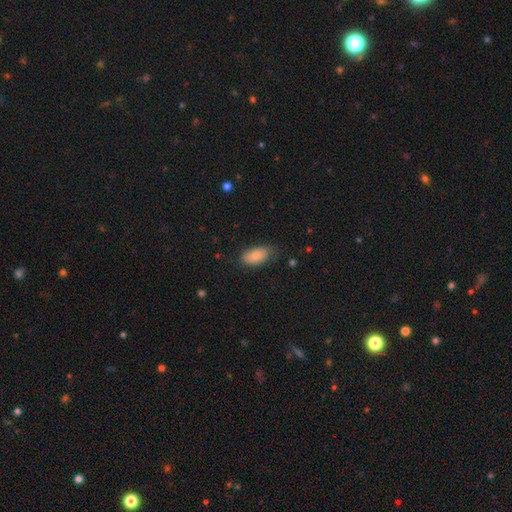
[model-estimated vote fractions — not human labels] Q: Smooth or featured?
A: smooth (84%); runner-up: featured or disk (9%)
Q: How rounded?
A: in between (92%); runner-up: cigar-shaped (4%)
Q: Merging?
A: none (67%); runner-up: minor disturbance (26%)